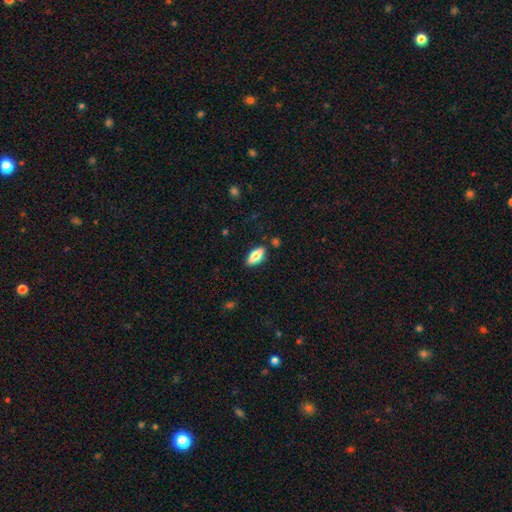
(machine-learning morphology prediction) The model was most divided on "smooth or featured": smooth: 77%, featured or disk: 16%, star or artifact: 7%. More confident: merging — none (84%); how rounded — in between (83%).